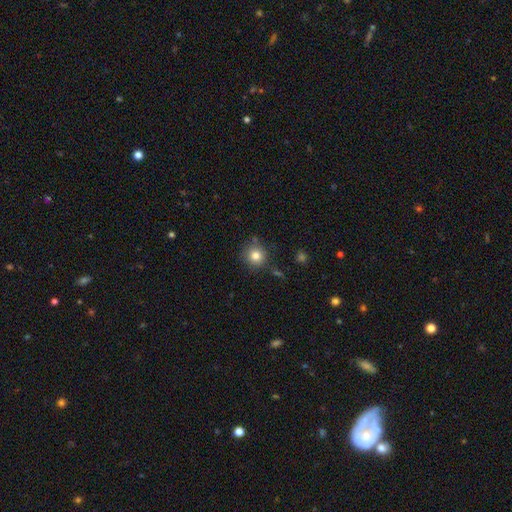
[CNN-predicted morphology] A smooth galaxy with no disk features (81%) that is round (92%). Merging: none (79%).